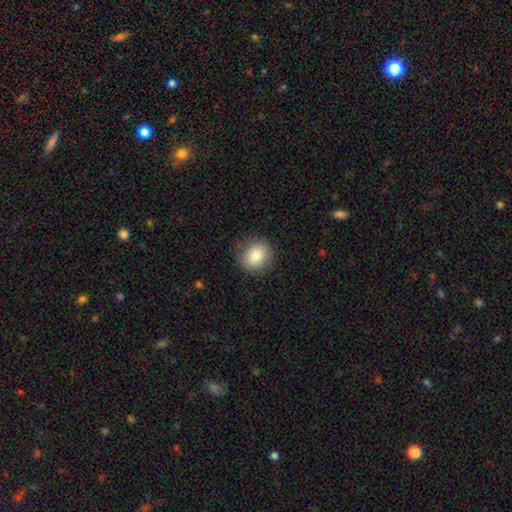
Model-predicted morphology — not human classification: A smooth galaxy with no disk features (83%) that is round (68%).

Vote fractions:
- Smooth or featured? smooth: 83% / star or artifact: 9% / featured or disk: 8%
- How rounded? round: 68% / in between: 31% / cigar-shaped: 1%
- Merging? none: 85% / minor disturbance: 11% / major disturbance: 3% / merger: 1%